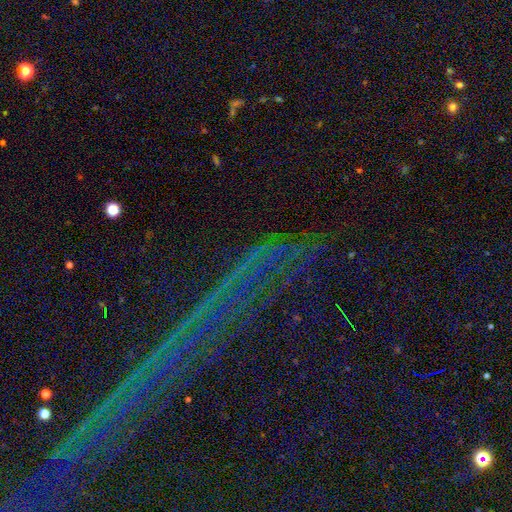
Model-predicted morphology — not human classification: Overall: star or artifact (78%).